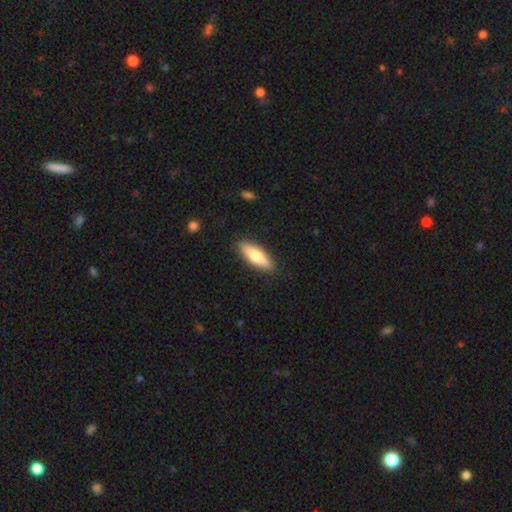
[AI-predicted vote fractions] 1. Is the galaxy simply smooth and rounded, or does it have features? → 65% smooth, 30% featured or disk, 5% star or artifact.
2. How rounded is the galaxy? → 53% cigar-shaped, 45% in between, 2% round.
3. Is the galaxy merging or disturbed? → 89% none, 8% minor disturbance, 2% major disturbance, 1% merger.